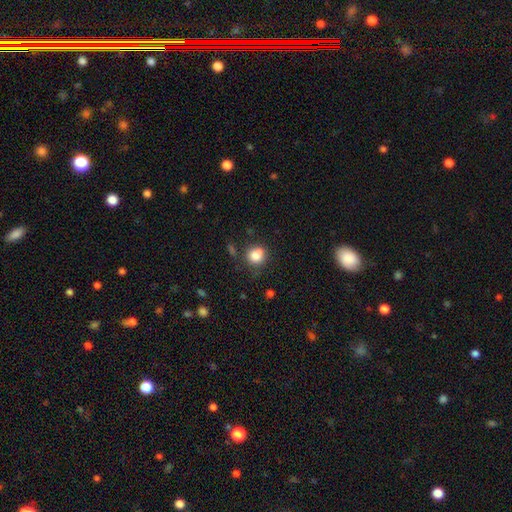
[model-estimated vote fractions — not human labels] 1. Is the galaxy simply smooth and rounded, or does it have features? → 82% smooth, 10% star or artifact, 7% featured or disk.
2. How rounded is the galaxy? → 78% round, 21% in between, 1% cigar-shaped.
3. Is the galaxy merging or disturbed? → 64% none, 20% minor disturbance, 9% merger, 6% major disturbance.